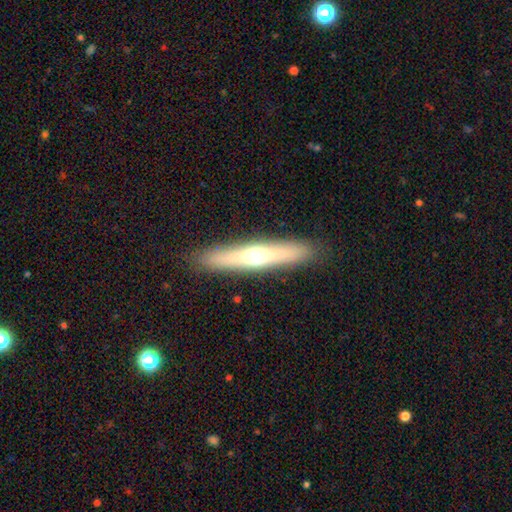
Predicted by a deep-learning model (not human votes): Smooth or featured? smooth (47%, tied with featured or disk)
Merging? none (91%)